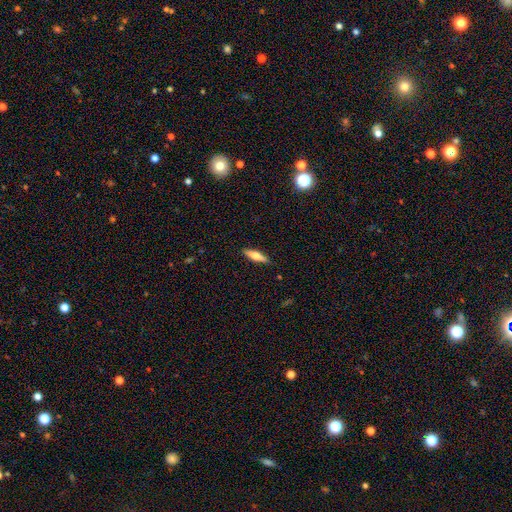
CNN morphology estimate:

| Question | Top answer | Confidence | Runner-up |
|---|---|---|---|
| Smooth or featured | smooth | 57% | featured or disk (37%) |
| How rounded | cigar-shaped | 63% | in between (35%) |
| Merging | none | 89% | minor disturbance (8%) |